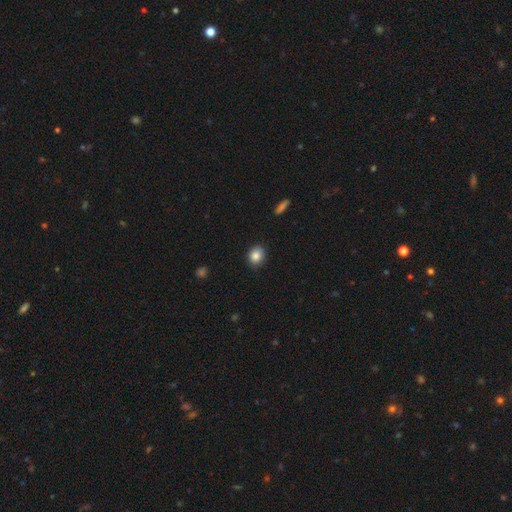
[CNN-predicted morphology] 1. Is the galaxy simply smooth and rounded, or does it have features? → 85% smooth, 9% star or artifact, 6% featured or disk.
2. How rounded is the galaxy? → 66% round, 33% in between, 1% cigar-shaped.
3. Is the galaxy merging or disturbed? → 87% none, 9% minor disturbance, 2% major disturbance, 1% merger.